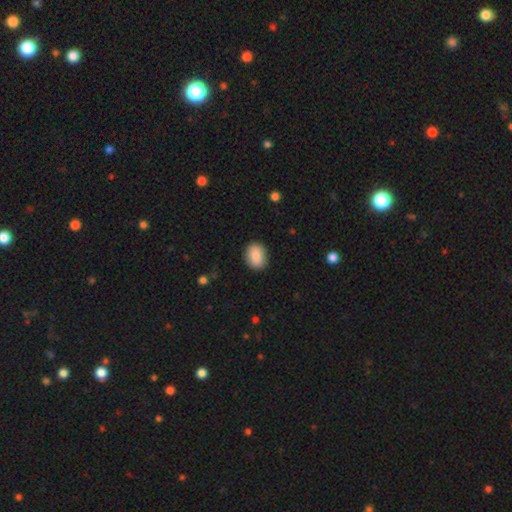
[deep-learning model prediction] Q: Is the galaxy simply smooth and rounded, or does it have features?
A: smooth — 87%.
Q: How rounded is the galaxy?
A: in between — 60%.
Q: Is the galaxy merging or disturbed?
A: none — 88%.